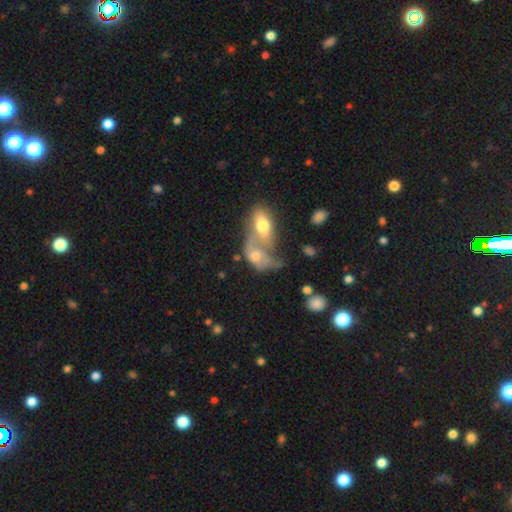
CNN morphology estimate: Overall: smooth (58%; featured or disk 32%). How rounded: in between (79%). Merging: merger (75%).